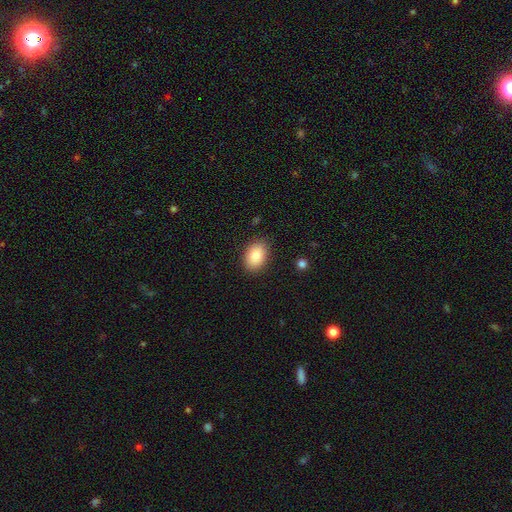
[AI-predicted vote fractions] This is clearly a smooth galaxy (85%). How rounded: clearly in between (81%). Merging: clearly none (87%).